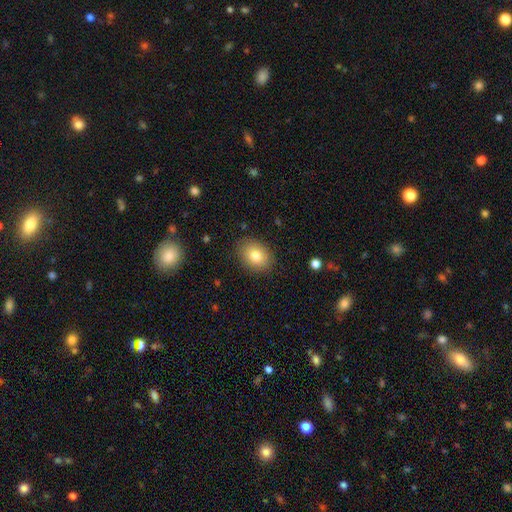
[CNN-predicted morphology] smooth 80%, featured or disk 11%, star or artifact 9%. Down the decision tree: how rounded — in between (66%); merging — none (85%).